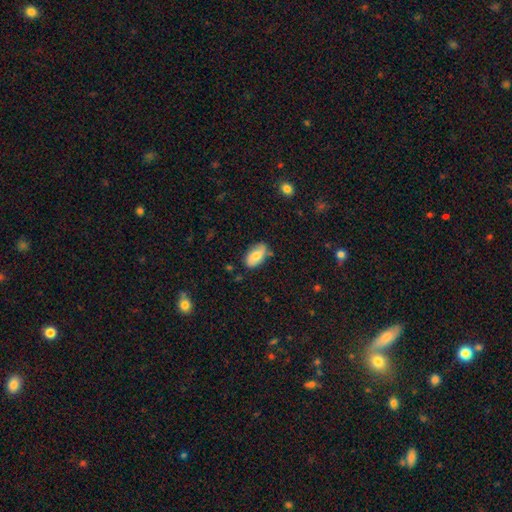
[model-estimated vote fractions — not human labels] smooth_or_featured: smooth (p=0.65) [alt: featured or disk p=0.28]
how_rounded: in between (p=0.93) [alt: round p=0.04]
merging: none (p=0.74) [alt: minor disturbance p=0.20]